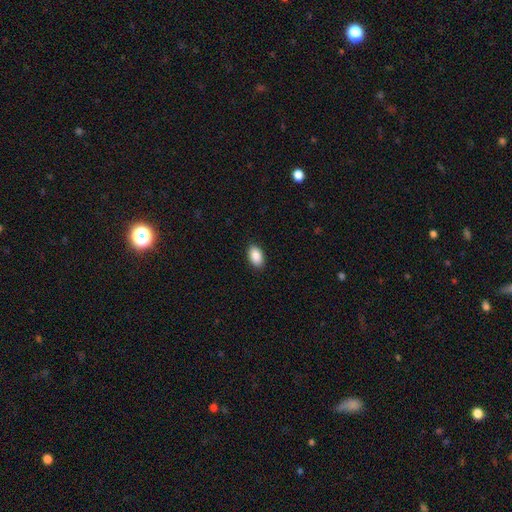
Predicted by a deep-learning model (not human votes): Smooth or featured? smooth (90%)
How rounded? in between (93%)
Merging? none (90%)